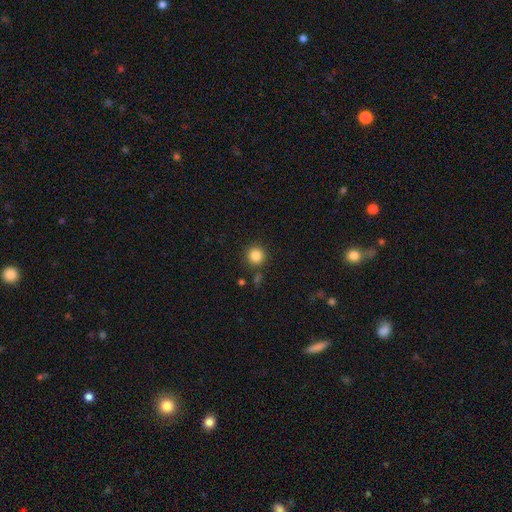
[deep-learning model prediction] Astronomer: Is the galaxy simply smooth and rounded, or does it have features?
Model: smooth — 85%.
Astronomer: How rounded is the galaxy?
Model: round — 95%.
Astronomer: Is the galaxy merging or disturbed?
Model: none — 87%.